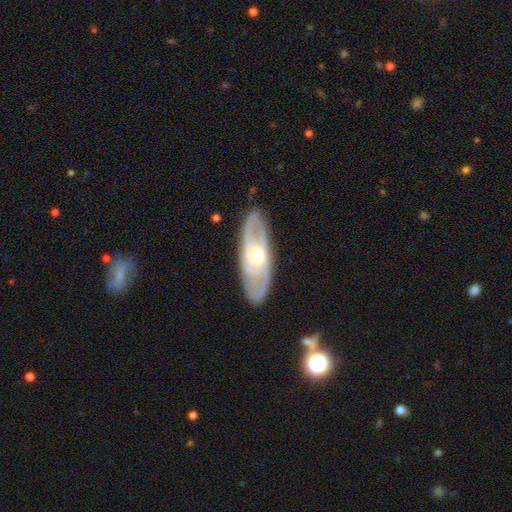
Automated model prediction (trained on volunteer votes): This is likely a featured or disk galaxy (76%). It is clearly not viewed edge-on (82%). Bar: likely no (64%). Spiral arm pattern: likely yes (75%). Central bulge: possibly moderate (57%). Merging: clearly none (86%).